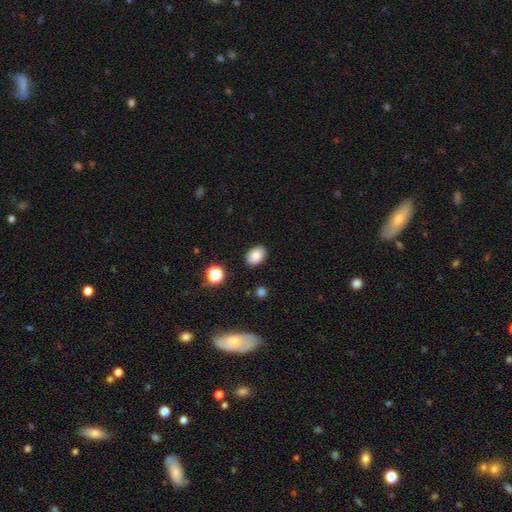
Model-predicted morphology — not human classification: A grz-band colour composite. It shows a smooth galaxy with no disk features (85%) that is in between round and cigar-shaped (84%). Merging: none (88%).